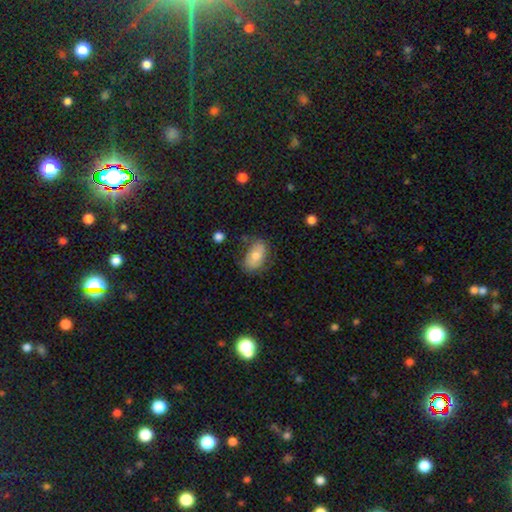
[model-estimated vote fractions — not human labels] Q: Smooth or featured?
A: smooth (66%); runner-up: featured or disk (25%)
Q: How rounded?
A: in between (90%); runner-up: round (8%)
Q: Merging?
A: none (63%); runner-up: minor disturbance (25%)